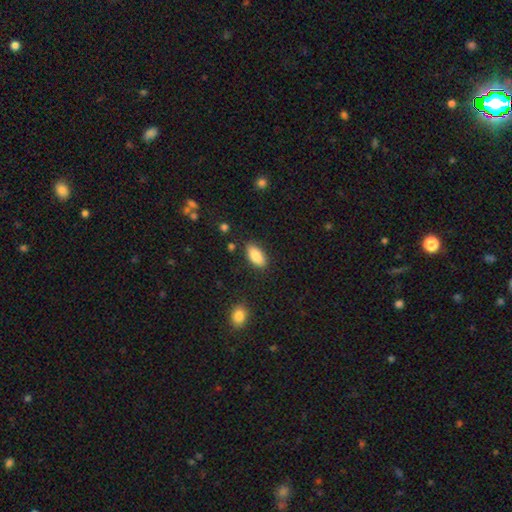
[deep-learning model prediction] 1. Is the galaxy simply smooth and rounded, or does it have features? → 86% smooth, 7% featured or disk, 7% star or artifact.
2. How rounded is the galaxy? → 89% in between, 8% cigar-shaped, 3% round.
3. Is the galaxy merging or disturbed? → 85% none, 11% minor disturbance, 3% major disturbance, 2% merger.